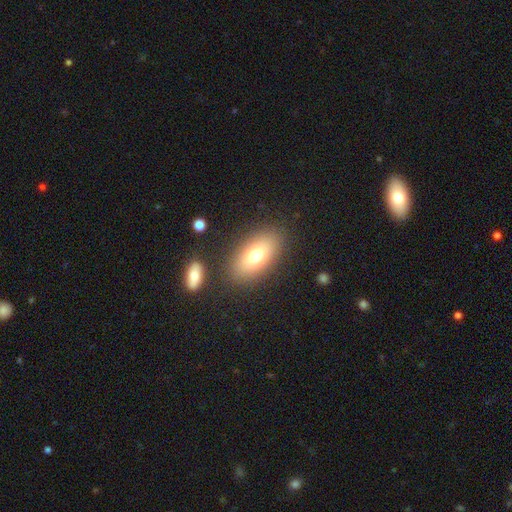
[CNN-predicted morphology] Smooth or featured?
  - smooth: 74% *
  - featured or disk: 17%
  - star or artifact: 9%
How rounded?
  - in between: 88% *
  - round: 7%
  - cigar-shaped: 5%
Merging?
  - none: 84% *
  - minor disturbance: 9%
  - major disturbance: 4%
  - merger: 3%